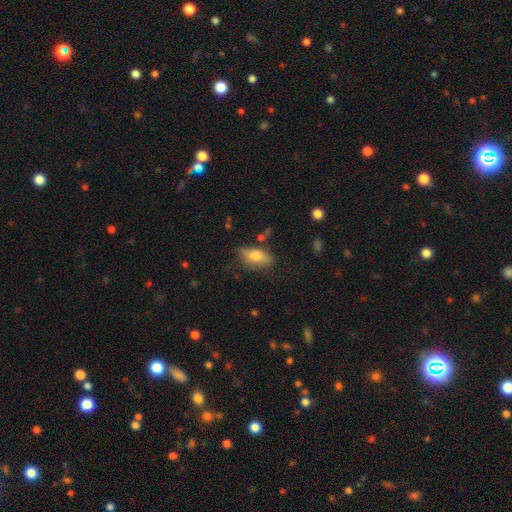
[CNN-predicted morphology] Smooth or featured: smooth — 70% (featured or disk — 22%)
How rounded: in between — 82% (cigar-shaped — 13%)
Merging: none — 67% (minor disturbance — 23%)